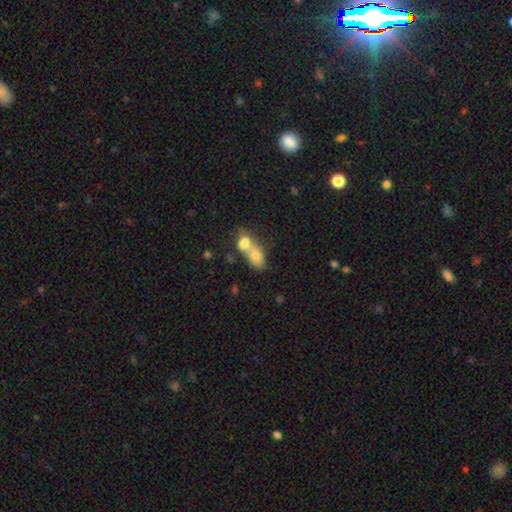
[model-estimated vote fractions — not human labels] Overall: smooth (73%). How rounded: in between (75%). Merging: merger (74%).